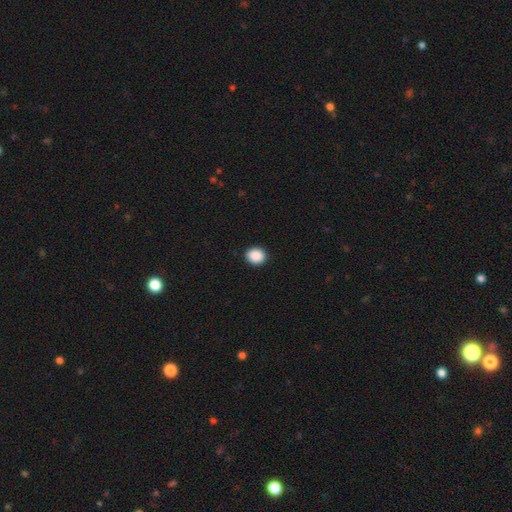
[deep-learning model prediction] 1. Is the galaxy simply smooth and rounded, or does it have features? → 90% smooth, 8% star or artifact, 2% featured or disk.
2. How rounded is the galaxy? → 70% round, 29% in between, 1% cigar-shaped.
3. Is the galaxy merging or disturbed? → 92% none, 6% minor disturbance, 2% major disturbance, 1% merger.